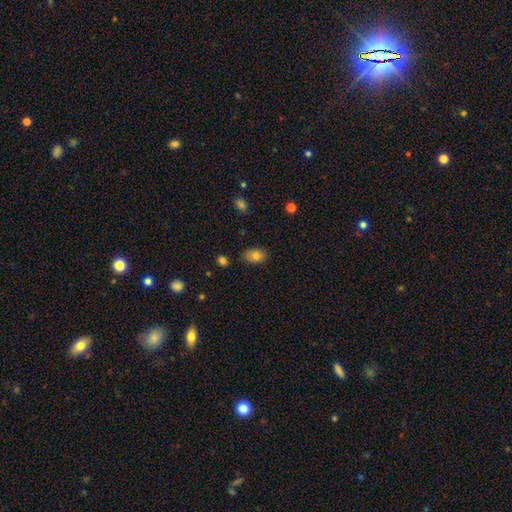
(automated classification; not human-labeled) The model was most divided on "merging": none: 79%, minor disturbance: 16%, major disturbance: 3%, merger: 2%. More confident: how rounded — in between (82%); smooth or featured — smooth (80%).